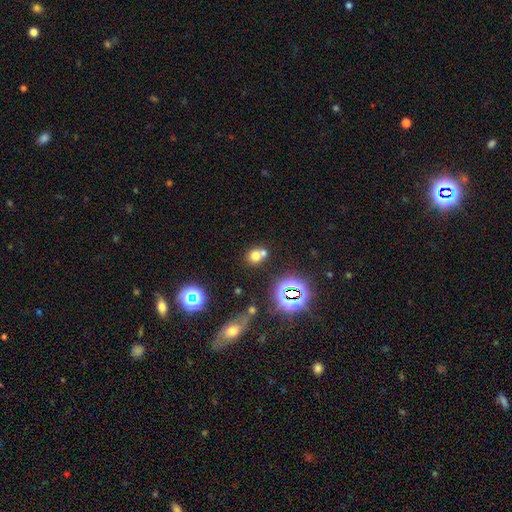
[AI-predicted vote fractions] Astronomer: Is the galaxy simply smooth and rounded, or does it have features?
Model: smooth — 65%.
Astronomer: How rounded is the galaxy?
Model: round — 76%.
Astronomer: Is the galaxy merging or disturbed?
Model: none — 46% (runner-up: merger, 43%).